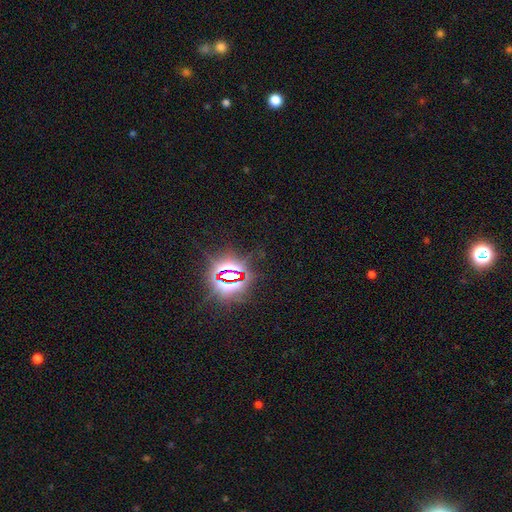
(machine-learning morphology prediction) This appears to be a star or artifact, not a galaxy (83%).